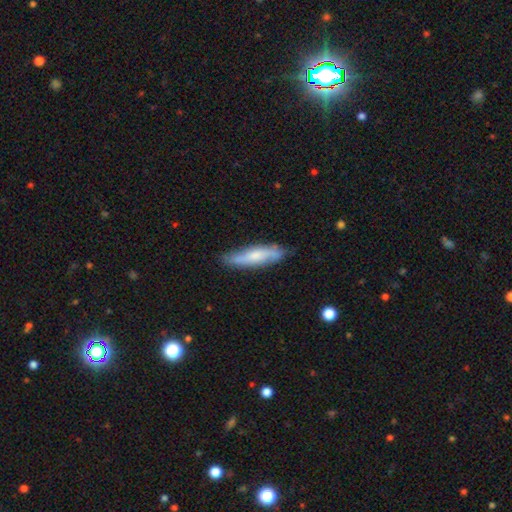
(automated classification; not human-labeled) Overall: smooth (52%; featured or disk 42%). How rounded: cigar-shaped (71%). Merging: none (76%).